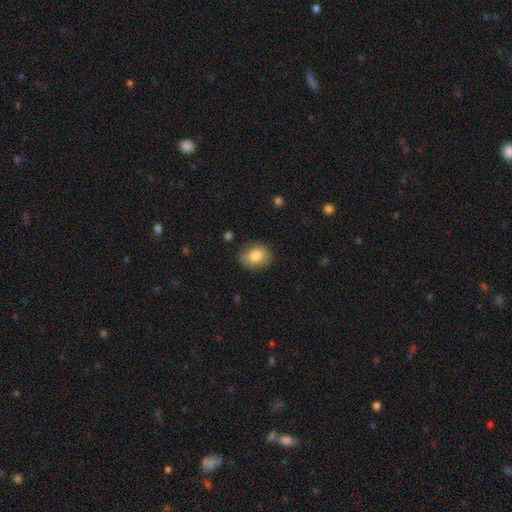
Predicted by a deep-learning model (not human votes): Q: Smooth or featured?
A: smooth (79%); runner-up: featured or disk (13%)
Q: How rounded?
A: in between (54%); runner-up: round (45%)
Q: Merging?
A: none (84%); runner-up: minor disturbance (12%)